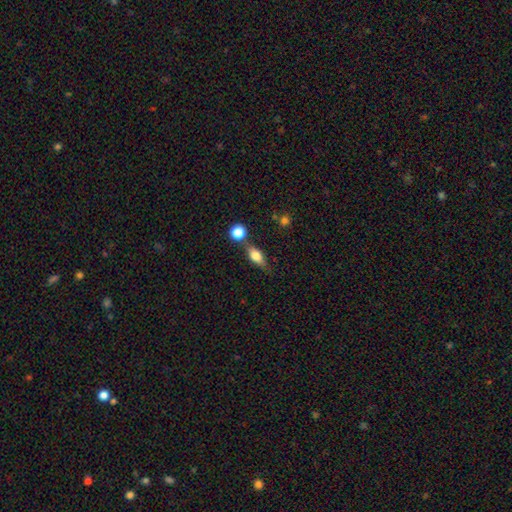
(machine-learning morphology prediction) Smooth or featured: smooth — 66% (featured or disk — 25%)
How rounded: in between — 69% (cigar-shaped — 20%)
Merging: none — 60% (merger — 18%)